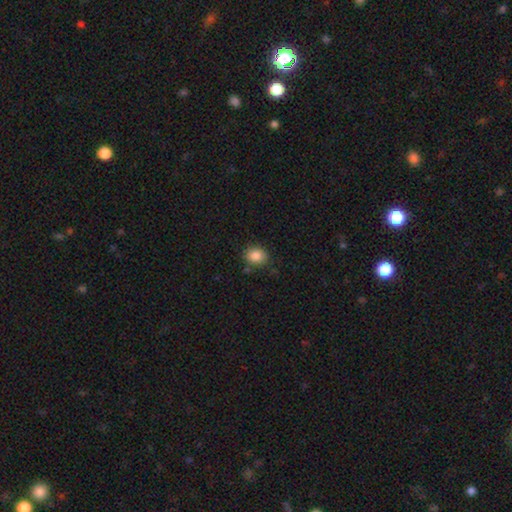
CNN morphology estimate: Overall: smooth (87%). How rounded: round (58%; in between 41%). Merging: none (81%).